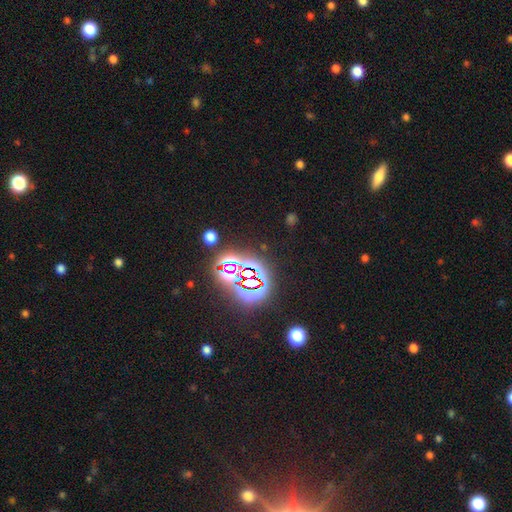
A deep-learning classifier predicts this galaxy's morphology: Overall: star or artifact (78%).